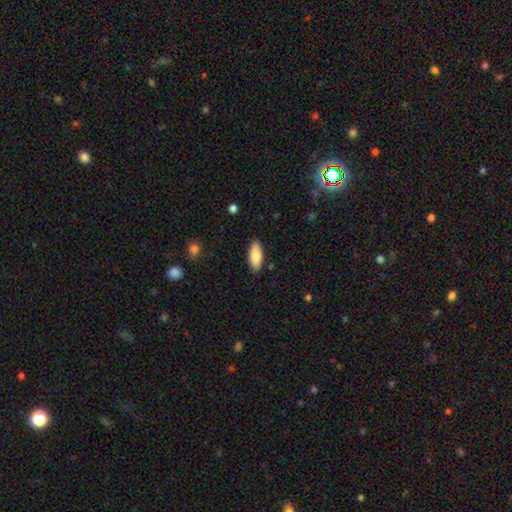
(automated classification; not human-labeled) Smooth or featured: smooth — 84% (featured or disk — 10%)
How rounded: in between — 80% (cigar-shaped — 18%)
Merging: none — 88% (minor disturbance — 9%)